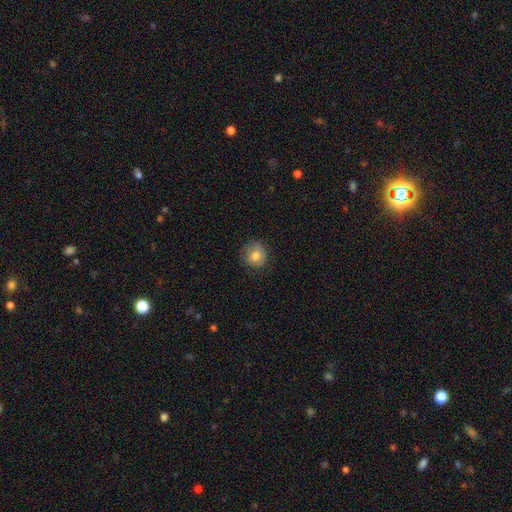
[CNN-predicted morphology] Smooth or featured? Predicted: smooth (p=0.75). How rounded? Predicted: round (p=0.87). Merging? Predicted: none (p=0.80).